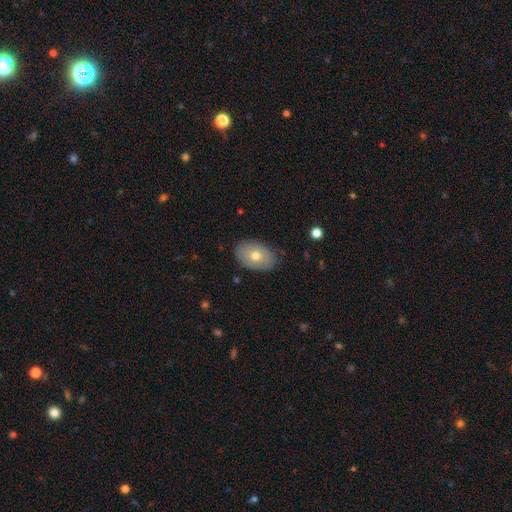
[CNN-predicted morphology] The model was most divided on "smooth or featured": smooth: 70%, featured or disk: 23%, star or artifact: 8%. More confident: how rounded — in between (86%); merging — none (85%).